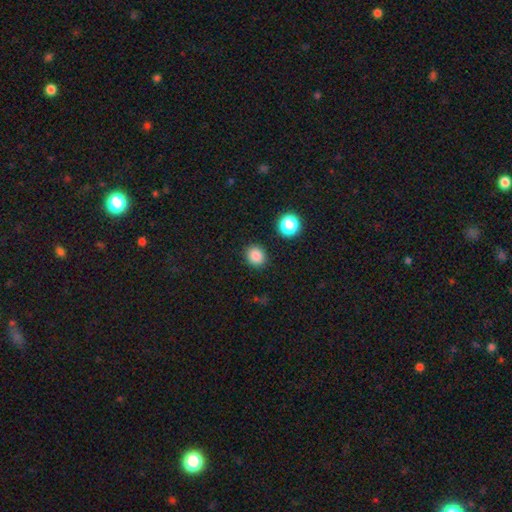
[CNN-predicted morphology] smooth 85%, star or artifact 11%, featured or disk 4%. Down the decision tree: how rounded — round (76%); merging — none (88%).